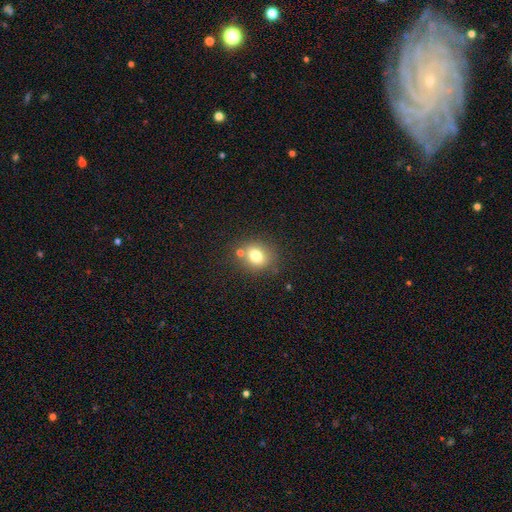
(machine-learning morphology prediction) The model was most divided on "how rounded": round: 62%, in between: 37%, cigar-shaped: 1%. More confident: smooth or featured — smooth (76%); merging — none (69%).